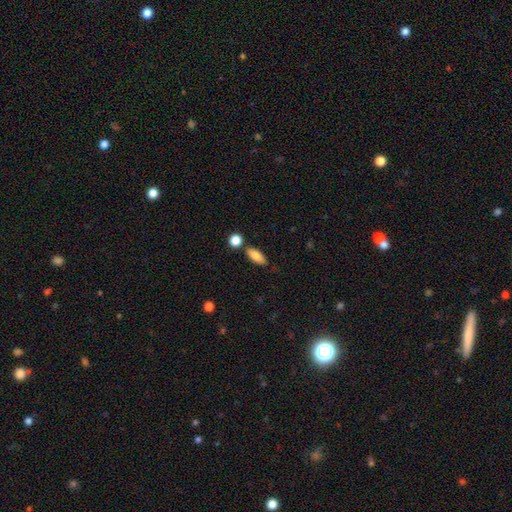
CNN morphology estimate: smooth-or-featured: smooth: 84% | featured or disk: 9% | star or artifact: 7%
  how-rounded: in between: 77% | cigar-shaped: 19% | round: 4%
  merging: none: 74% | minor disturbance: 15% | merger: 8% | major disturbance: 3%